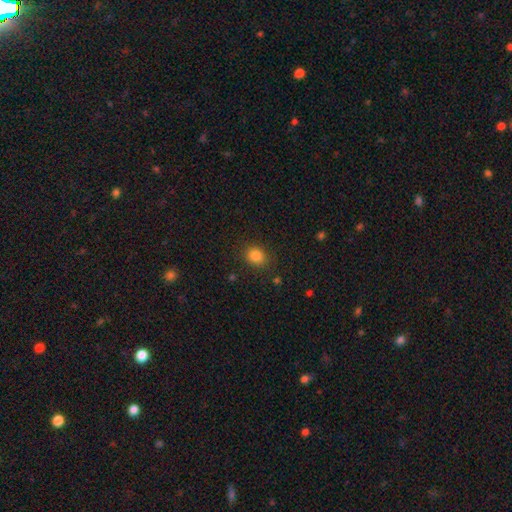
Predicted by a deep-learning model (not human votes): This appears to be a smooth galaxy with no disk features (84%) that is round (59%). Merging: none (84%).